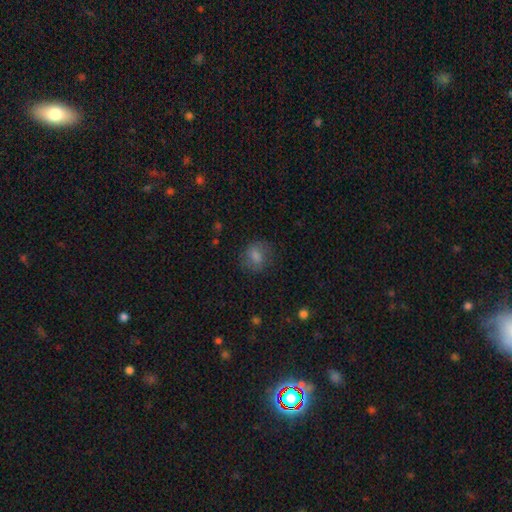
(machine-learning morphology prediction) The model was most divided on "how rounded": round: 67%, in between: 32%, cigar-shaped: 1%. More confident: merging — none (77%); smooth or featured — smooth (69%).